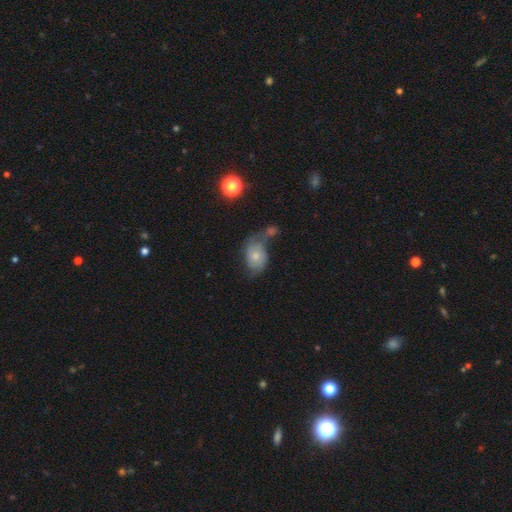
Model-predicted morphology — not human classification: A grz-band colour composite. It shows a featured or disk galaxy (47%). Merging: merger (29%).